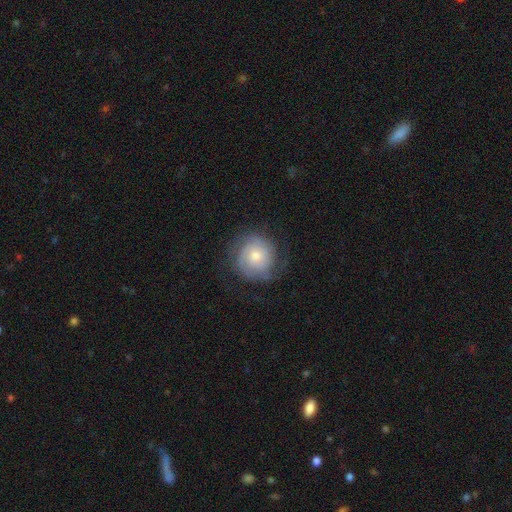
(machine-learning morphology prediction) type=featured or disk (52%); edge-on=no (98%); bar=no (80%); spiral arms=yes (84%); bulge=small (55%); merging=none (69%).